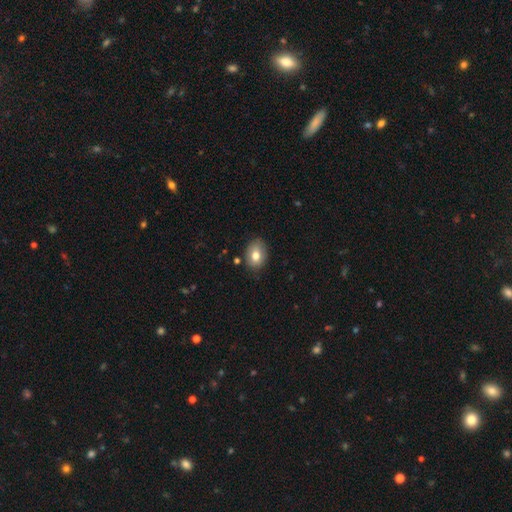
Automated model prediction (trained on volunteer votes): The model was most divided on "how rounded": in between: 73%, round: 26%, cigar-shaped: 1%. More confident: merging — none (82%); smooth or featured — smooth (77%).